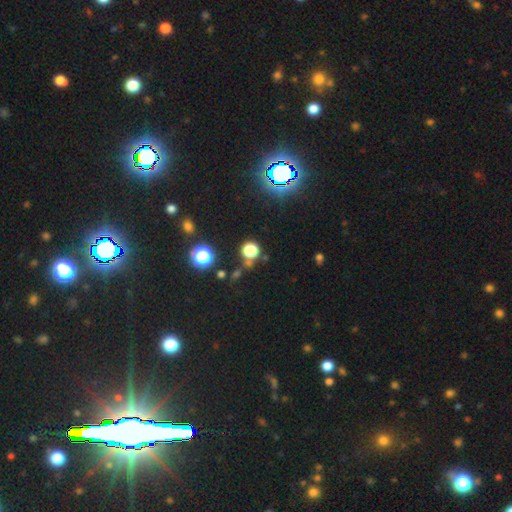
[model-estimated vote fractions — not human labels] A star or artifact, not a galaxy (70%).

Vote fractions:
- Smooth or featured? star or artifact: 70% / smooth: 21% / featured or disk: 9%